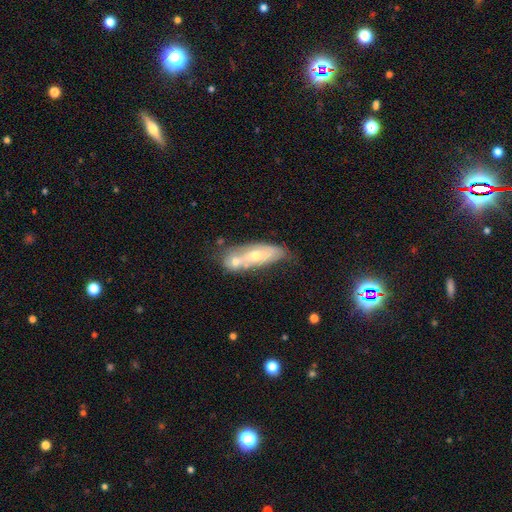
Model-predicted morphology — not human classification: Smooth or featured? featured or disk (53%)
Edge-on disk? no (73%)
Merging? merger (44%)